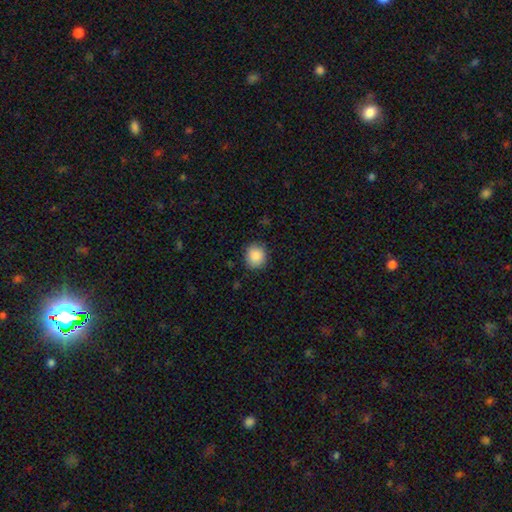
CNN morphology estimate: This is clearly a smooth galaxy (88%). How rounded: clearly round (85%). Merging: clearly none (86%).